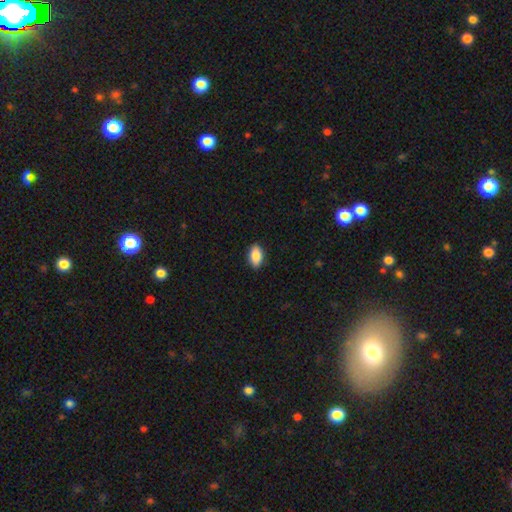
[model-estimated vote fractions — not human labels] Q: Smooth or featured?
A: smooth (87%); runner-up: featured or disk (7%)
Q: How rounded?
A: in between (92%); runner-up: round (5%)
Q: Merging?
A: none (88%); runner-up: minor disturbance (10%)